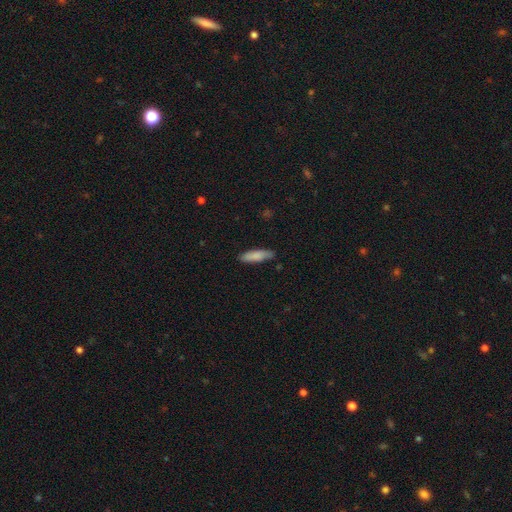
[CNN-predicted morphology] Smooth or featured? Predicted: smooth (p=0.84). How rounded? Predicted: cigar-shaped (p=0.60). Merging? Predicted: none (p=0.81).